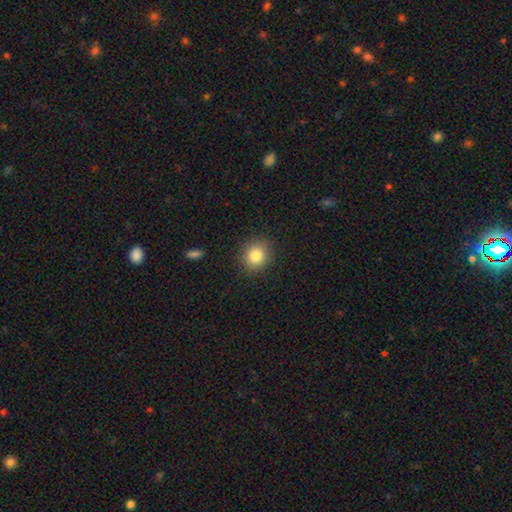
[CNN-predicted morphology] Overall: smooth (84%). How rounded: round (80%). Merging: none (89%).